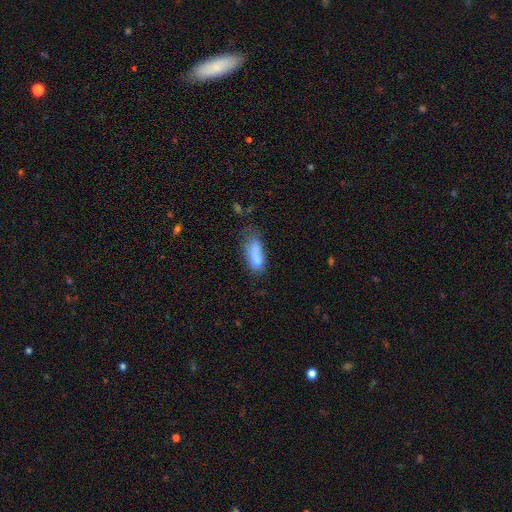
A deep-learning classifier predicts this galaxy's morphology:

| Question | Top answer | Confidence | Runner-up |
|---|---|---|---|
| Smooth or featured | smooth | 77% | featured or disk (13%) |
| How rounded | in between | 74% | cigar-shaped (23%) |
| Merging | none | 36% | minor disturbance (32%) |